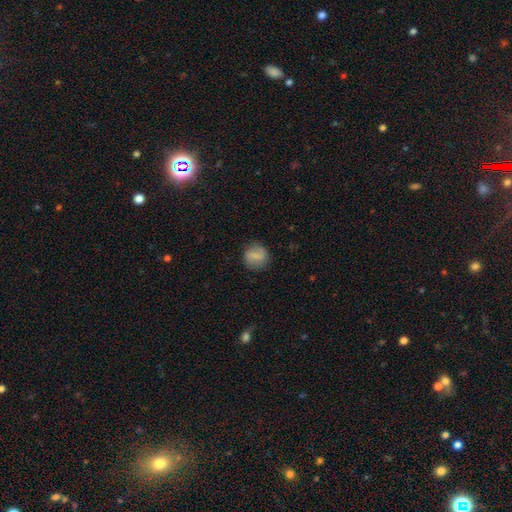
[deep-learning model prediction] Smooth or featured?
  - smooth: 62% *
  - featured or disk: 30%
  - star or artifact: 9%
How rounded?
  - round: 85% *
  - in between: 13%
  - cigar-shaped: 1%
Merging?
  - none: 84% *
  - minor disturbance: 11%
  - major disturbance: 4%
  - merger: 1%